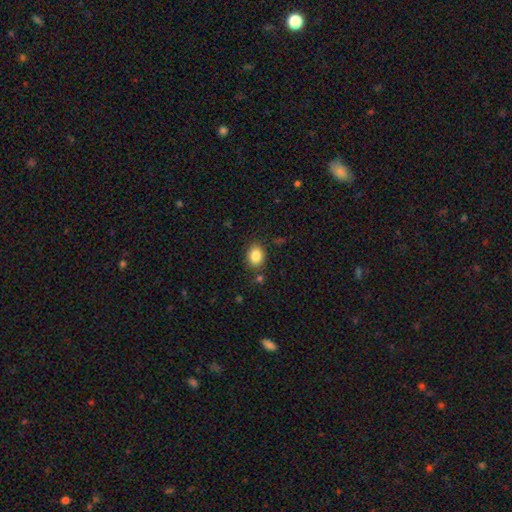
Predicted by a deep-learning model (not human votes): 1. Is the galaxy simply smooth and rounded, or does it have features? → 86% smooth, 9% star or artifact, 6% featured or disk.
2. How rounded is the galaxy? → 53% in between, 46% round, 1% cigar-shaped.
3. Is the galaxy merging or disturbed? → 82% none, 11% minor disturbance, 4% merger, 3% major disturbance.